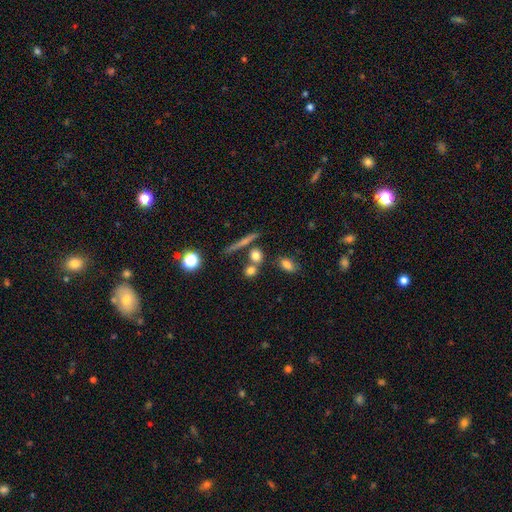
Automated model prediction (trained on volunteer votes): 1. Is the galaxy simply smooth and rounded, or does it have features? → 70% smooth, 18% featured or disk, 13% star or artifact.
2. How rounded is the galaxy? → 61% round, 20% cigar-shaped, 19% in between.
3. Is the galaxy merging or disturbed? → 62% none, 23% merger, 10% minor disturbance, 5% major disturbance.